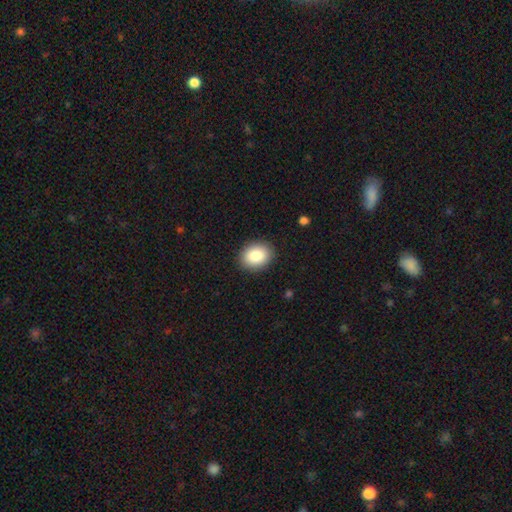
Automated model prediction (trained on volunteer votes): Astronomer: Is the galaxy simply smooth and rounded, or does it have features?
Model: smooth — 86%.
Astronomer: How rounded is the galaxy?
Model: in between — 55% (runner-up: round, 44%).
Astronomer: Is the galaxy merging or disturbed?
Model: none — 89%.